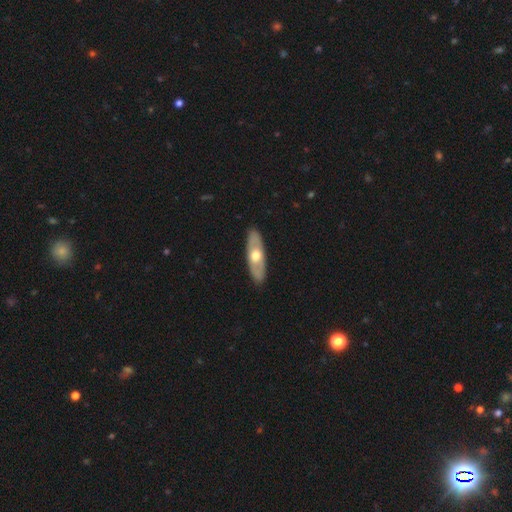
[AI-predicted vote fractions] This is possibly a featured or disk galaxy (49%). Merging: clearly none (89%).